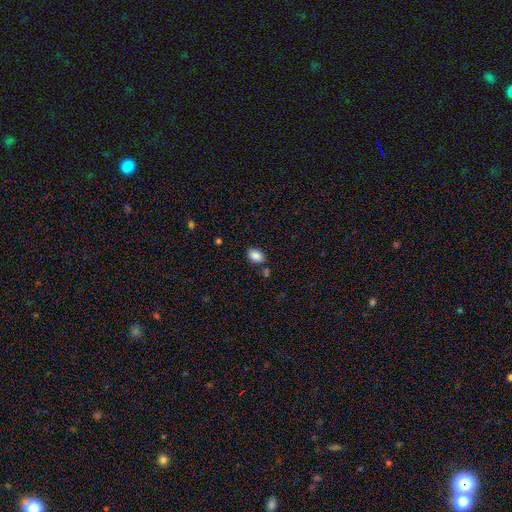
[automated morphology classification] Smooth or featured? Predicted: smooth (p=0.88). How rounded? Predicted: in between (p=0.81). Merging? Predicted: none (p=0.80).